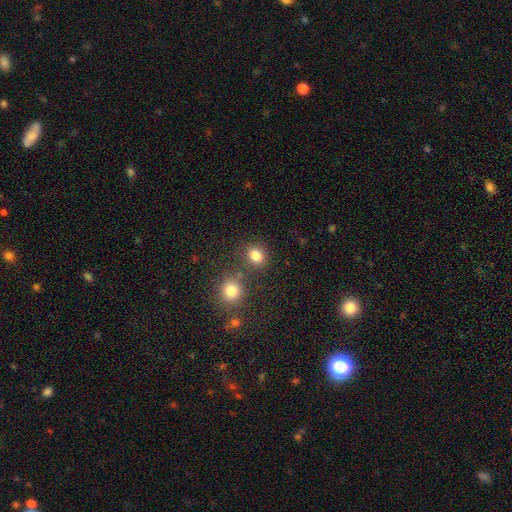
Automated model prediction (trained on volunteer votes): This appears to be a smooth galaxy with no disk features (82%) that is round (62%). Merging: none (75%).